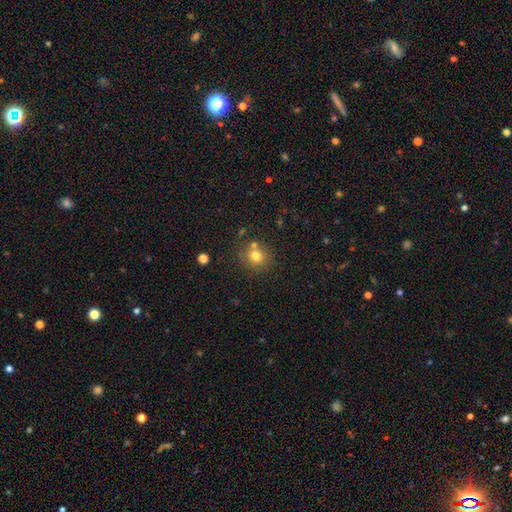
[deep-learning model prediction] A smooth galaxy with no disk features (76%) that is round (89%). Merging: none (72%).